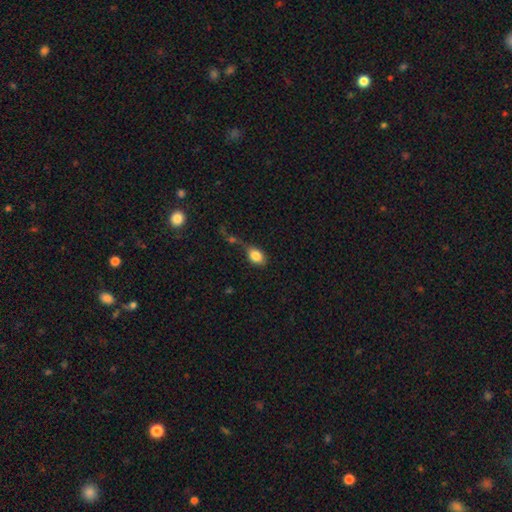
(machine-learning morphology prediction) Smooth or featured? smooth (84%)
How rounded? in between (76%)
Merging? none (45%)